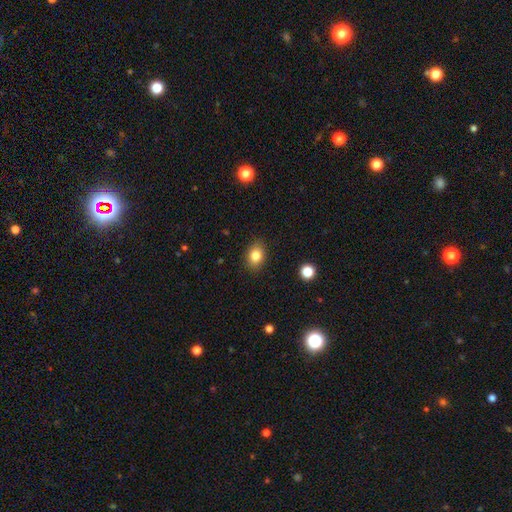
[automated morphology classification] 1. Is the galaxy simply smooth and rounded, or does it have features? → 83% smooth, 10% star or artifact, 7% featured or disk.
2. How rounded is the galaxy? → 68% in between, 31% round, 1% cigar-shaped.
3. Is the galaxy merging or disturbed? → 87% none, 9% minor disturbance, 2% major disturbance, 1% merger.